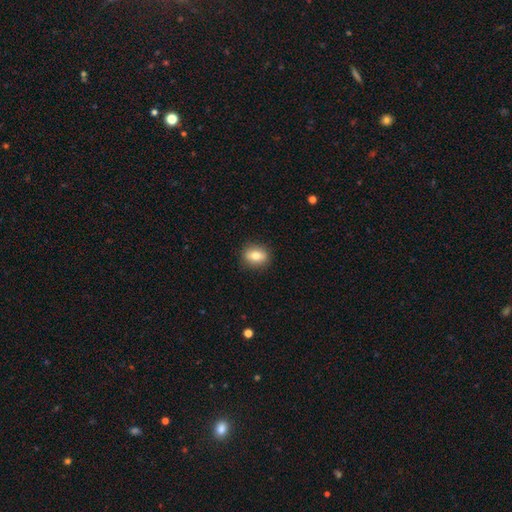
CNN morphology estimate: smooth 74%, featured or disk 17%, star or artifact 9%. Down the decision tree: how rounded — in between (55%); merging — none (88%).